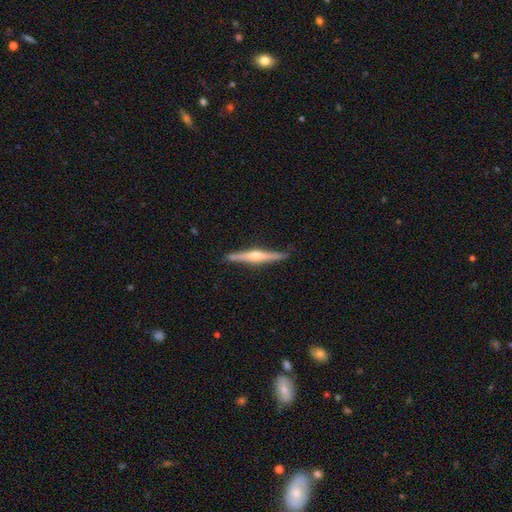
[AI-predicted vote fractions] The model was most divided on "smooth or featured": featured or disk: 71%, smooth: 24%, star or artifact: 5%. More confident: edge-on disk — yes (98%); merging — none (86%); edge-on bulge — rounded (85%).